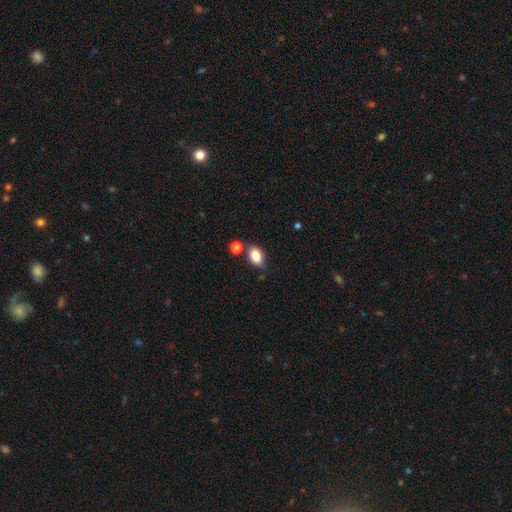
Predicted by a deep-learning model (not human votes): This appears to be a smooth galaxy with no disk features (84%) that is in between round and cigar-shaped (81%). Merging: none (64%).